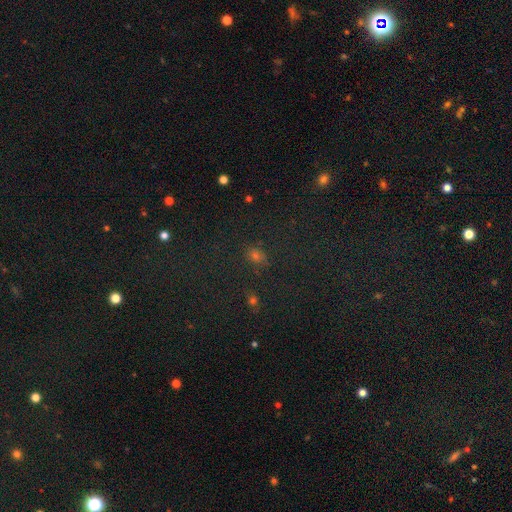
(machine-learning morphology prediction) The model was most divided on "how rounded": round: 52%, in between: 45%, cigar-shaped: 3%. More confident: merging — none (80%); smooth or featured — smooth (56%).